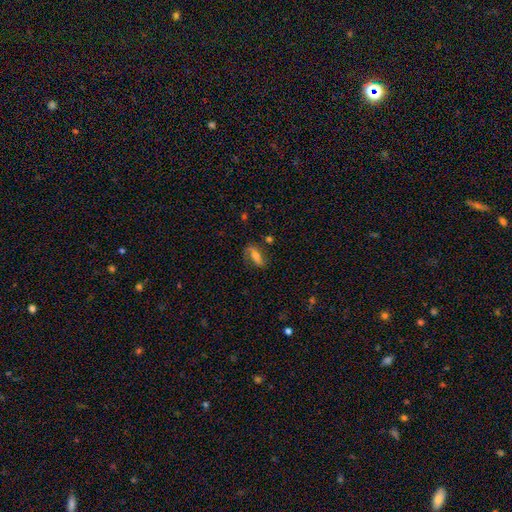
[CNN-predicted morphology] Smooth or featured? Predicted: smooth (p=0.47). Merging? Predicted: none (p=0.65).